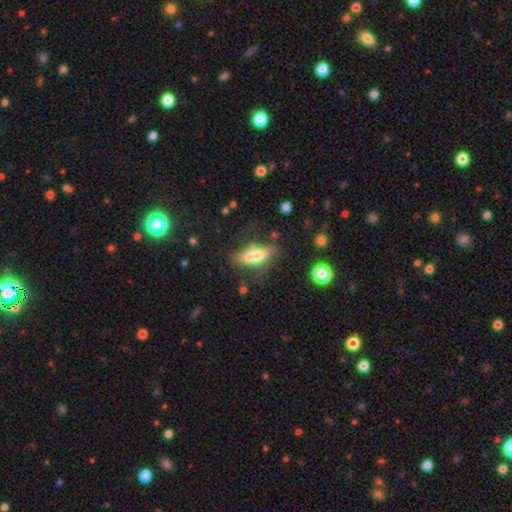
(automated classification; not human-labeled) smooth-or-featured: smooth: 60% | featured or disk: 32% | star or artifact: 8%
  how-rounded: in between: 56% | cigar-shaped: 41% | round: 3%
  merging: none: 59% | minor disturbance: 22% | major disturbance: 10% | merger: 9%